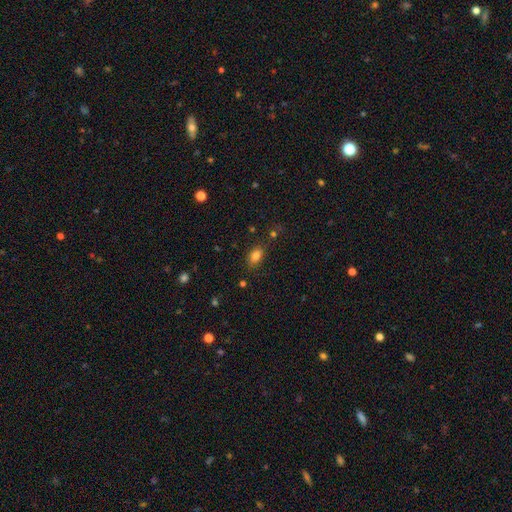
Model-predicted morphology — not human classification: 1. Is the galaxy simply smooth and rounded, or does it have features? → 81% smooth, 12% star or artifact, 7% featured or disk.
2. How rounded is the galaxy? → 81% in between, 17% round, 2% cigar-shaped.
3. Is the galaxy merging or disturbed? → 80% none, 13% minor disturbance, 4% major disturbance, 3% merger.